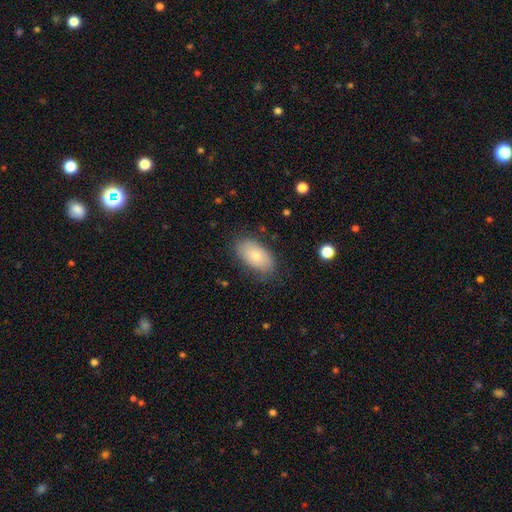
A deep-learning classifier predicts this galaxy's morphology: Smooth or featured: smooth — 75% (featured or disk — 18%)
How rounded: in between — 94% (round — 4%)
Merging: none — 76% (minor disturbance — 18%)